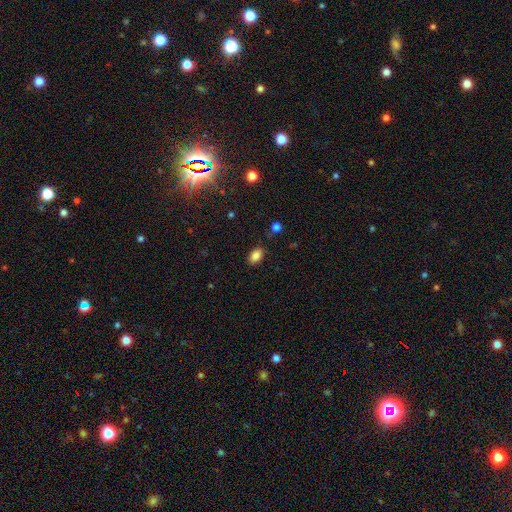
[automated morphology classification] Smooth or featured?
  - smooth: 85% *
  - star or artifact: 10%
  - featured or disk: 6%
How rounded?
  - in between: 90% *
  - round: 8%
  - cigar-shaped: 2%
Merging?
  - none: 83% *
  - minor disturbance: 13%
  - major disturbance: 3%
  - merger: 1%